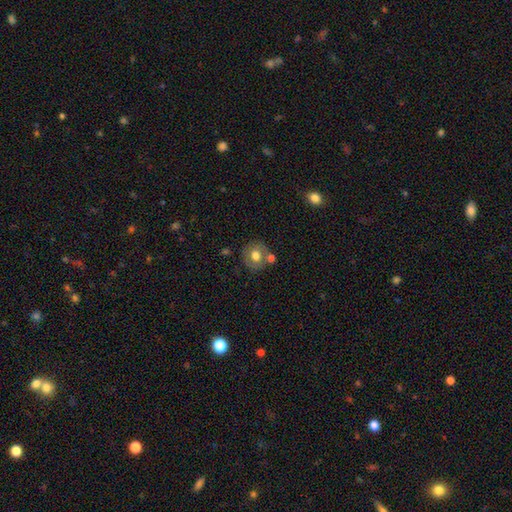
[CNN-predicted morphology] smooth-or-featured: smooth: 68% | featured or disk: 22% | star or artifact: 9%
  how-rounded: round: 84% | in between: 15% | cigar-shaped: 1%
  merging: none: 68% | merger: 17% | minor disturbance: 12% | major disturbance: 4%